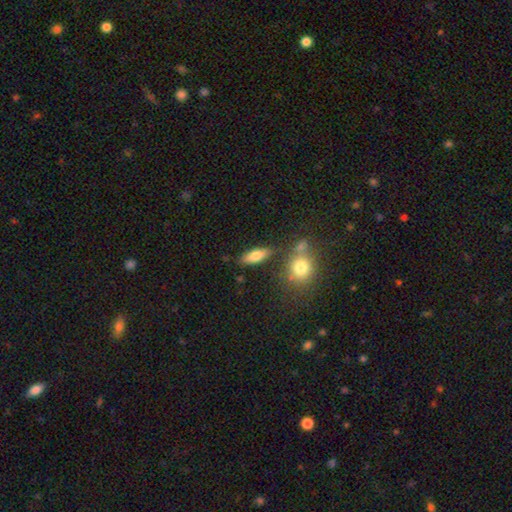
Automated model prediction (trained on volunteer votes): Smooth or featured?
  - smooth: 76% *
  - featured or disk: 16%
  - star or artifact: 8%
How rounded?
  - in between: 71% *
  - cigar-shaped: 25%
  - round: 5%
Merging?
  - none: 76% *
  - minor disturbance: 13%
  - merger: 7%
  - major disturbance: 4%